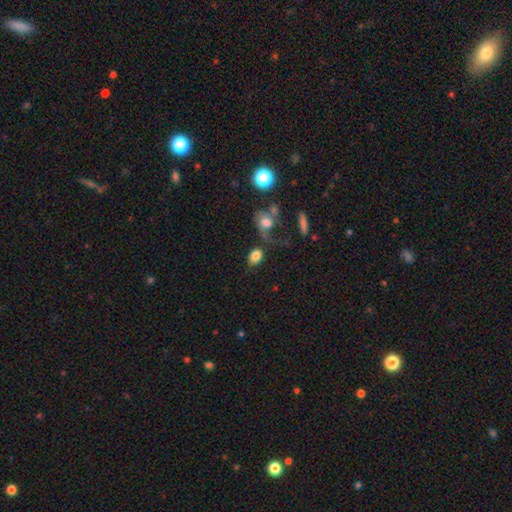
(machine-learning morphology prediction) Smooth or featured? smooth (81%)
How rounded? in between (64%)
Merging? none (49%)